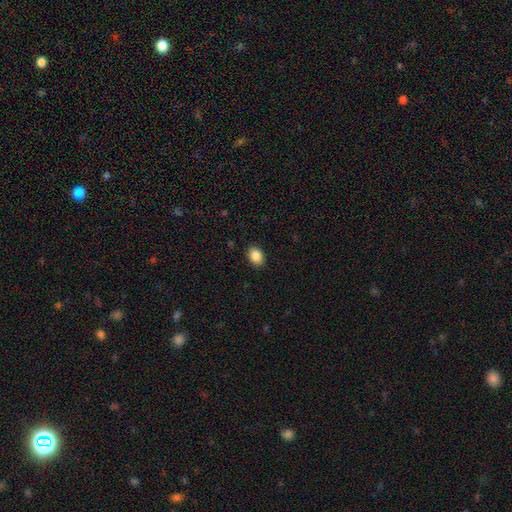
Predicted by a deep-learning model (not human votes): This appears to be a smooth galaxy with no disk features (88%) that is in between round and cigar-shaped (71%). Merging: none (89%).